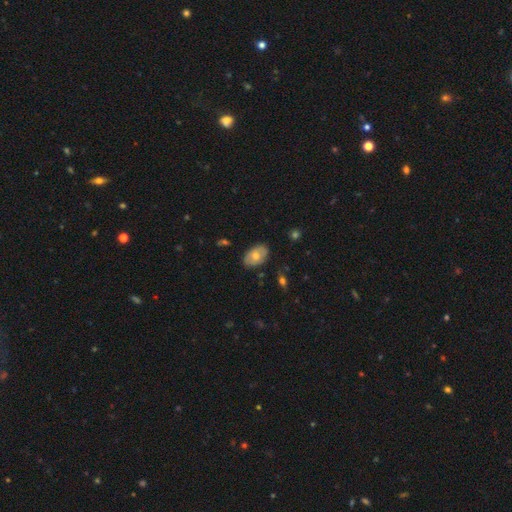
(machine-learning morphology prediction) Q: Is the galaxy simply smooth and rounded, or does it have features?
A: smooth — 61%.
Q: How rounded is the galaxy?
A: in between — 89%.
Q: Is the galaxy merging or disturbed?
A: none — 83%.